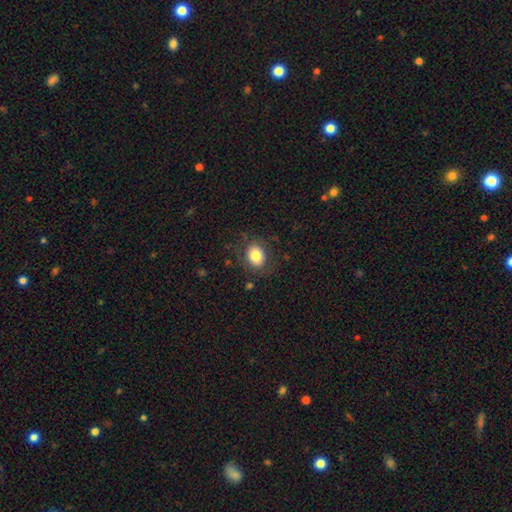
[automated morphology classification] A smooth galaxy with no disk features (82%) that is in between round and cigar-shaped (51%).

Vote fractions:
- Smooth or featured? smooth: 82% / star or artifact: 9% / featured or disk: 9%
- How rounded? in between: 51% / round: 48% / cigar-shaped: 1%
- Merging? none: 81% / minor disturbance: 13% / major disturbance: 5% / merger: 1%